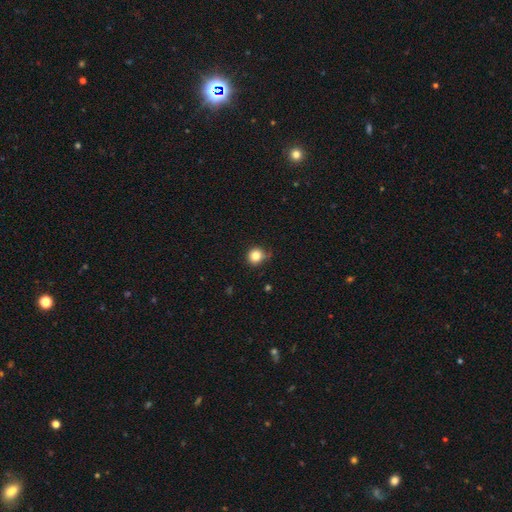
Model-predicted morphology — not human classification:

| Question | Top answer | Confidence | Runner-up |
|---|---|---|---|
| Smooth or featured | smooth | 83% | star or artifact (11%) |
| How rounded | round | 89% | in between (10%) |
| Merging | none | 74% | minor disturbance (19%) |